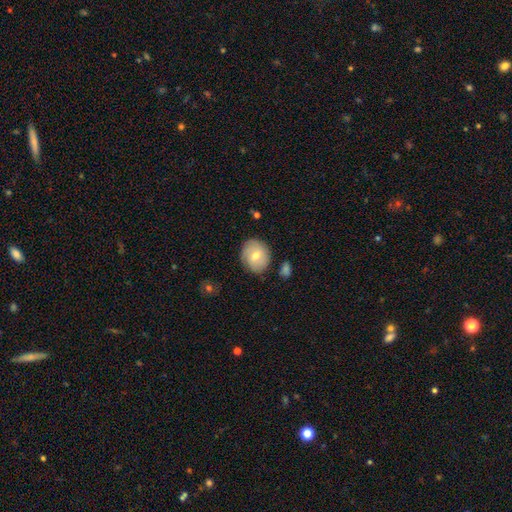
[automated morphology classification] Smooth or featured: smooth — 63% (featured or disk — 29%)
How rounded: round — 66% (in between — 33%)
Merging: none — 78% (minor disturbance — 15%)